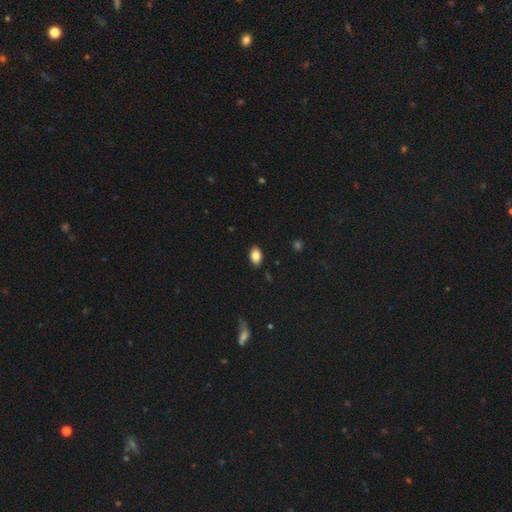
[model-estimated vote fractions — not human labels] A smooth galaxy with no disk features (84%) that is in between round and cigar-shaped (86%).

Vote fractions:
- Smooth or featured? smooth: 84% / star or artifact: 9% / featured or disk: 7%
- How rounded? in between: 86% / round: 13% / cigar-shaped: 1%
- Merging? none: 87% / minor disturbance: 10% / major disturbance: 2% / merger: 1%